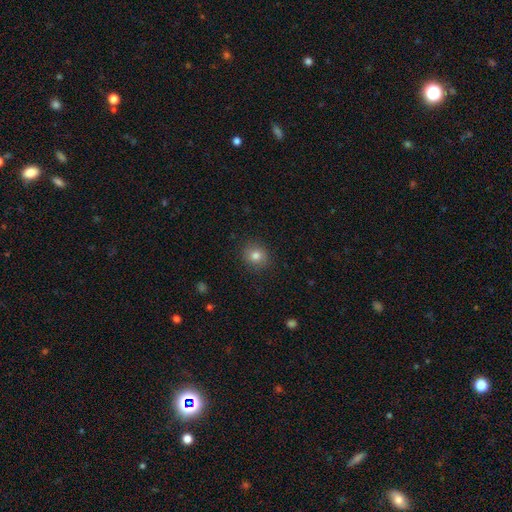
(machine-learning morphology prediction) Smooth or featured? smooth (81%)
How rounded? round (77%)
Merging? none (89%)